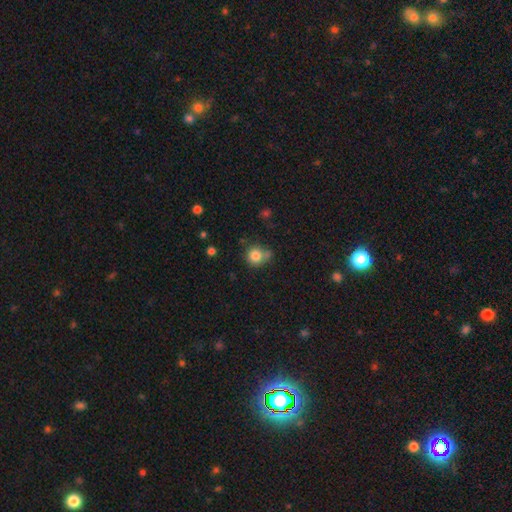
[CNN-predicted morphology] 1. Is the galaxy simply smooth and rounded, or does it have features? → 82% smooth, 11% star or artifact, 7% featured or disk.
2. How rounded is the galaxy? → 89% round, 10% in between, 1% cigar-shaped.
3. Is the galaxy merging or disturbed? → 62% none, 17% merger, 16% minor disturbance, 5% major disturbance.